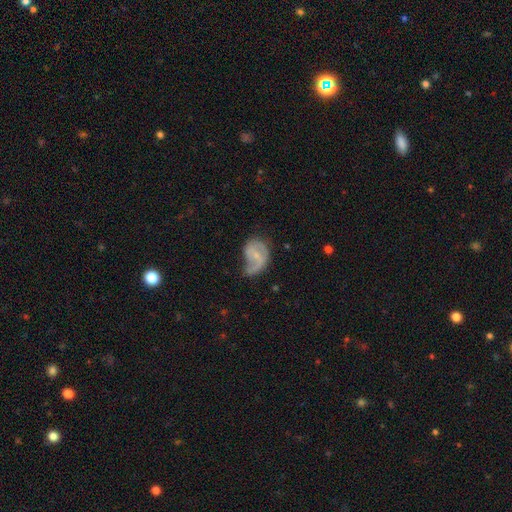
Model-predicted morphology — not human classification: This appears to be a featured or disk galaxy (65%) with no bar (46%), 2 (46%) medium (40%) spiral arms (79%) and a small central bulge (64%). Merging: major disturbance (34%).